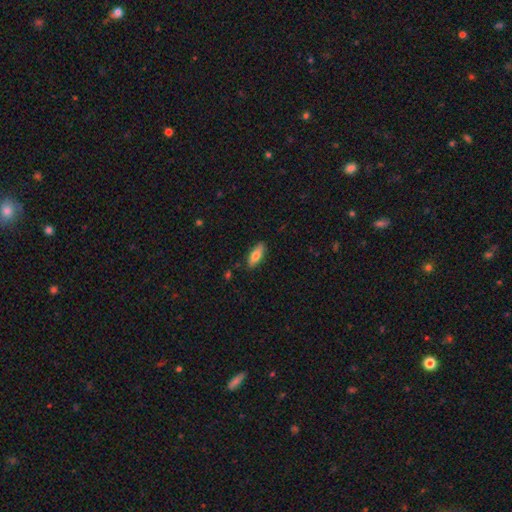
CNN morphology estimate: The model was most divided on "how rounded": in between: 68%, cigar-shaped: 30%, round: 2%. More confident: merging — none (86%); smooth or featured — smooth (76%).